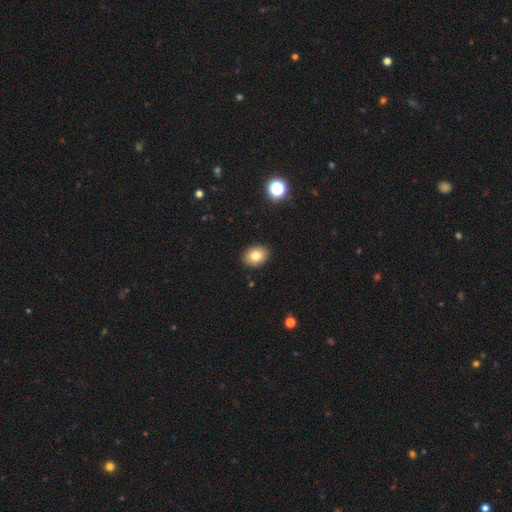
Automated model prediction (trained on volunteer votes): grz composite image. It shows a smooth galaxy with no disk features (79%) that is in between round and cigar-shaped (66%). Merging: none (90%).